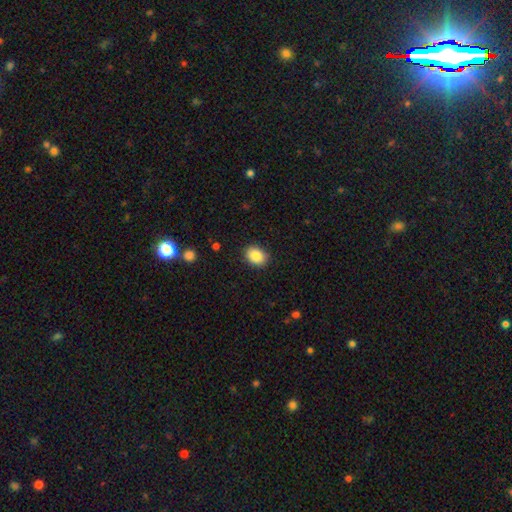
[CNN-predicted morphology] A smooth galaxy with no disk features (88%) that is in between round and cigar-shaped (65%). Merging: none (87%).